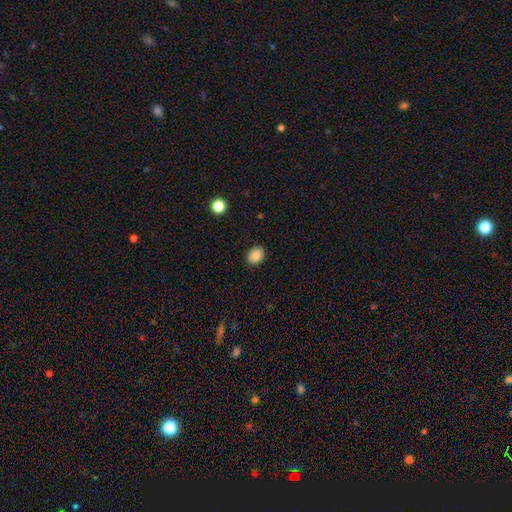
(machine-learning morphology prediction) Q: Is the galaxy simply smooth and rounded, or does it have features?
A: smooth — 86%.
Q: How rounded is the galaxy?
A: in between — 50%.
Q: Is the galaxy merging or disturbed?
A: none — 90%.